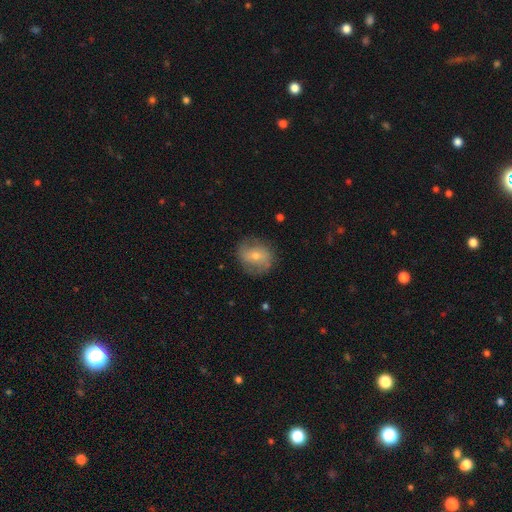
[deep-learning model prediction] This is possibly a featured or disk galaxy (50%). Merging: clearly none (81%).